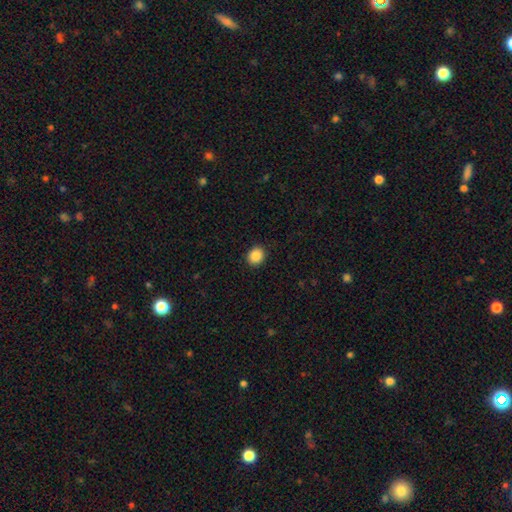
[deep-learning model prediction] Q: Smooth or featured?
A: smooth (88%); runner-up: star or artifact (9%)
Q: How rounded?
A: round (69%); runner-up: in between (30%)
Q: Merging?
A: none (91%); runner-up: minor disturbance (6%)